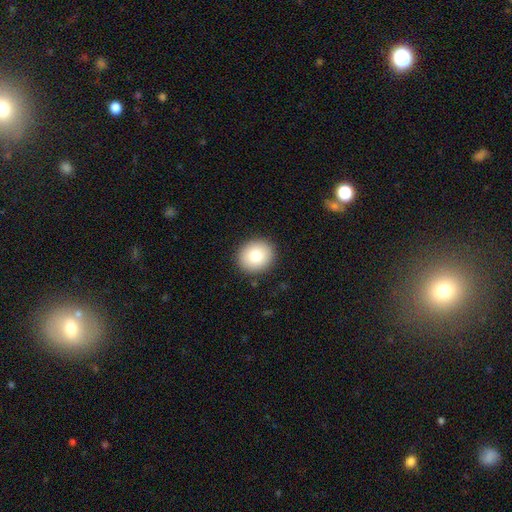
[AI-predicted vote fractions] This is clearly a smooth galaxy (80%). How rounded: clearly round (82%). Merging: clearly none (90%).